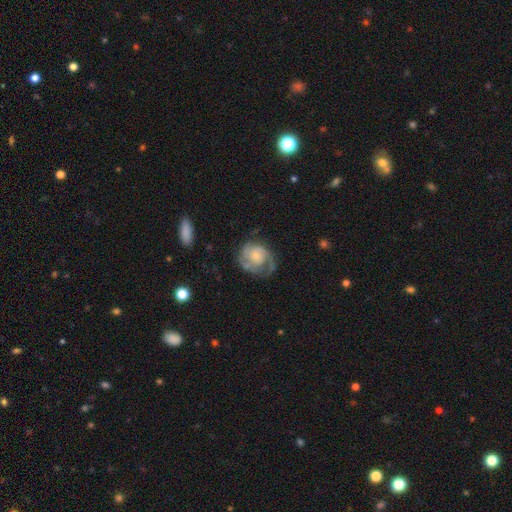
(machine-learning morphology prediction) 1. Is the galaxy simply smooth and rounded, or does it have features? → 69% featured or disk, 25% smooth, 7% star or artifact.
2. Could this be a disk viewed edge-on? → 98% no, 2% yes.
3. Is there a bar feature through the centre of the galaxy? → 72% no, 25% weak, 4% strong.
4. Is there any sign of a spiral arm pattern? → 87% yes, 13% no.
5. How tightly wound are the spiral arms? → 42% tight, 40% medium, 18% loose.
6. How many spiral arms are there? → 44% 2, 23% can't tell, 17% 1, 11% 3, 3% 4, 3% more than 4.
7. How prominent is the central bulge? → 35% small, 33% moderate, 17% none, 12% large, 2% dominant.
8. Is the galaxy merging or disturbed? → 54% none, 24% minor disturbance, 21% major disturbance, 2% merger.